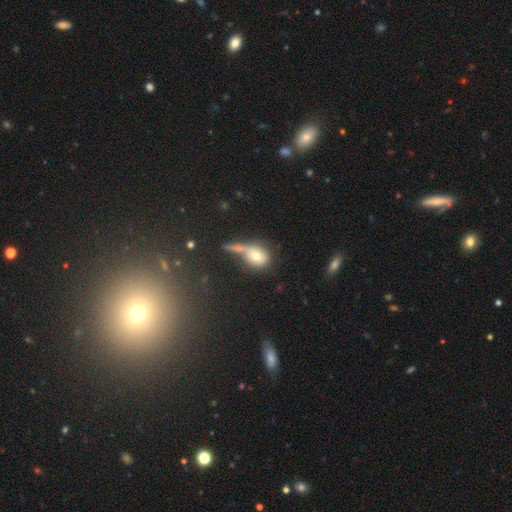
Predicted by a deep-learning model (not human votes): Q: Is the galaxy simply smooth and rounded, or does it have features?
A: smooth — 67%.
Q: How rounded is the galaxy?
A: round — 60%.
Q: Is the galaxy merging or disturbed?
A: none — 33%, tied with merger.